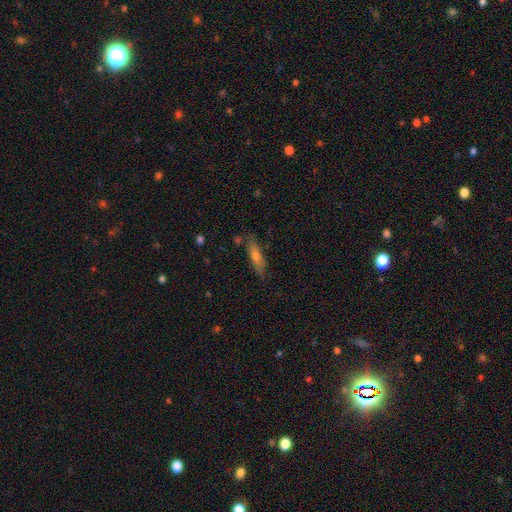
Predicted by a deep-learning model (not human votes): Q: Smooth or featured?
A: smooth (55%); runner-up: featured or disk (36%)
Q: How rounded?
A: cigar-shaped (75%); runner-up: in between (23%)
Q: Merging?
A: none (81%); runner-up: minor disturbance (13%)